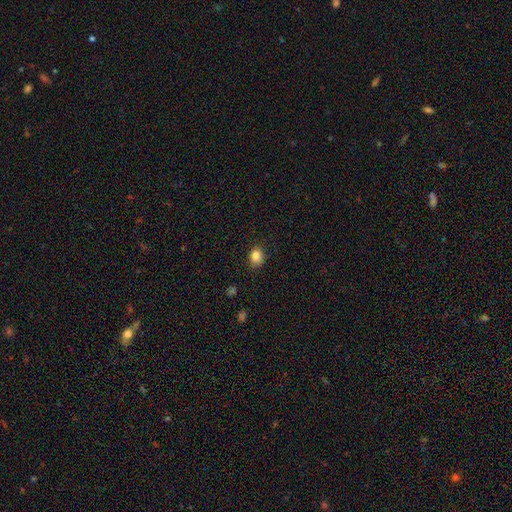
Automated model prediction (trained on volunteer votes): smooth-or-featured: smooth: 83% | star or artifact: 11% | featured or disk: 6%
  how-rounded: round: 52% | in between: 47% | cigar-shaped: 1%
  merging: none: 84% | minor disturbance: 13% | major disturbance: 2% | merger: 1%